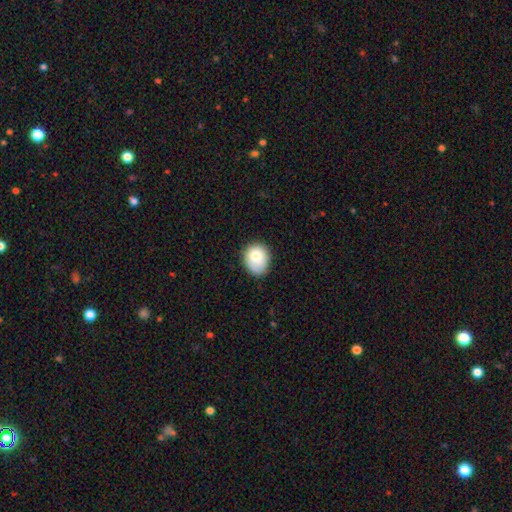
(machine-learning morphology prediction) This is clearly a smooth galaxy (80%). How rounded: possibly round (58%). Merging: likely none (70%).